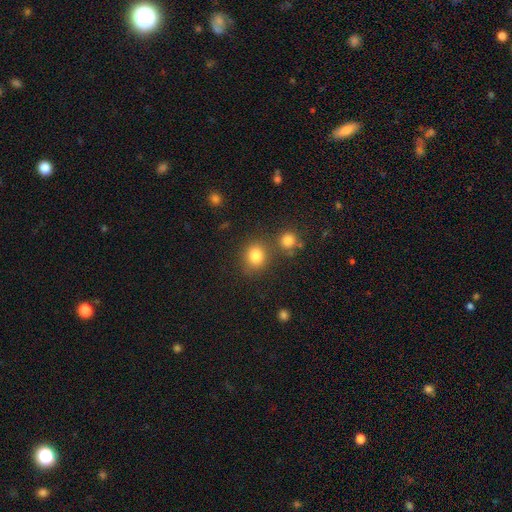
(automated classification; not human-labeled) smooth-or-featured: smooth: 82% | star or artifact: 12% | featured or disk: 6%
  how-rounded: round: 70% | in between: 28% | cigar-shaped: 1%
  merging: none: 71% | merger: 14% | minor disturbance: 11% | major disturbance: 4%